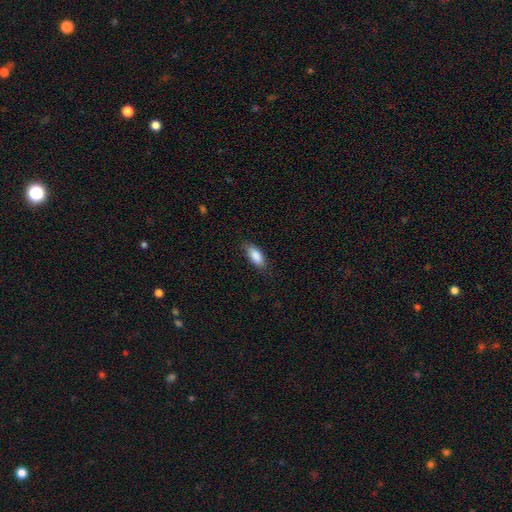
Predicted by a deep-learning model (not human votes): Q: Smooth or featured?
A: smooth (87%); runner-up: star or artifact (6%)
Q: How rounded?
A: in between (84%); runner-up: cigar-shaped (13%)
Q: Merging?
A: none (79%); runner-up: minor disturbance (17%)